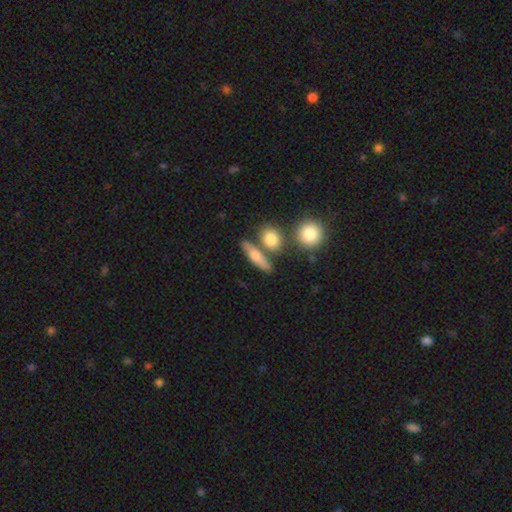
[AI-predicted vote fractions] A smooth galaxy with no disk features (65%) that is cigar-shaped (47%).

Vote fractions:
- Smooth or featured? smooth: 65% / featured or disk: 27% / star or artifact: 8%
- How rounded? cigar-shaped: 47% / in between: 34% / round: 19%
- Merging? none: 70% / merger: 15% / minor disturbance: 11% / major disturbance: 4%